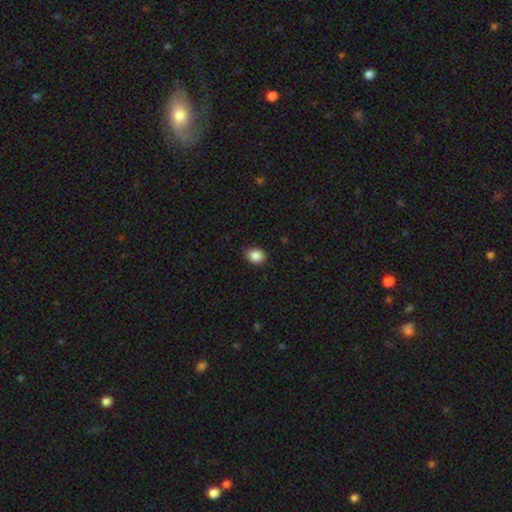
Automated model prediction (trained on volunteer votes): smooth_or_featured: smooth (p=0.87) [alt: star or artifact p=0.09]
how_rounded: round (p=0.51) [alt: in between p=0.48]
merging: none (p=0.83) [alt: minor disturbance p=0.14]